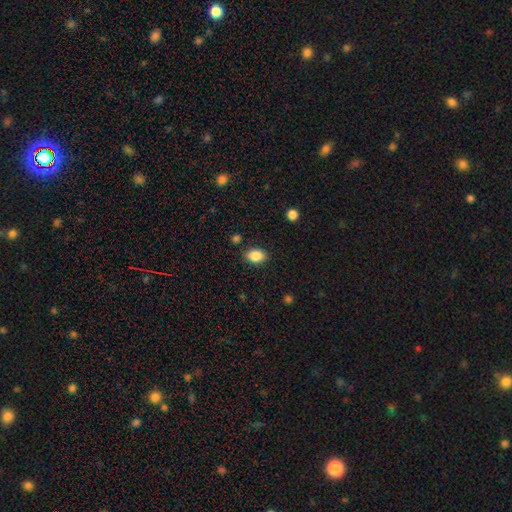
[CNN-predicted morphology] Smooth or featured: smooth — 87% (star or artifact — 8%)
How rounded: in between — 79% (round — 20%)
Merging: none — 85% (minor disturbance — 10%)